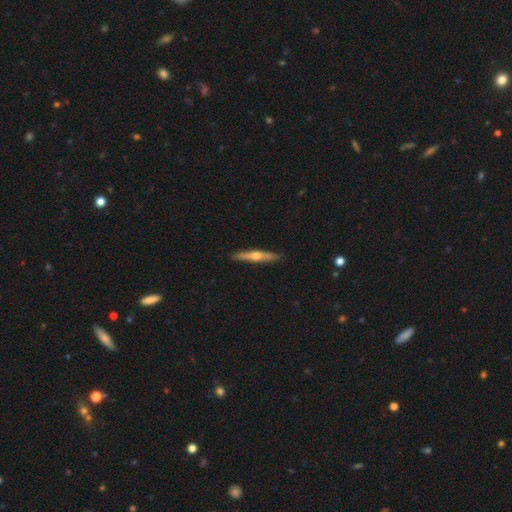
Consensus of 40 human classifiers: Q: Smooth or featured?
A: smooth (57%); runner-up: featured or disk (40%)
Q: How rounded?
A: cigar-shaped (96%); runner-up: in between (4%)
Q: Merging?
A: none (95%); runner-up: minor disturbance (5%)